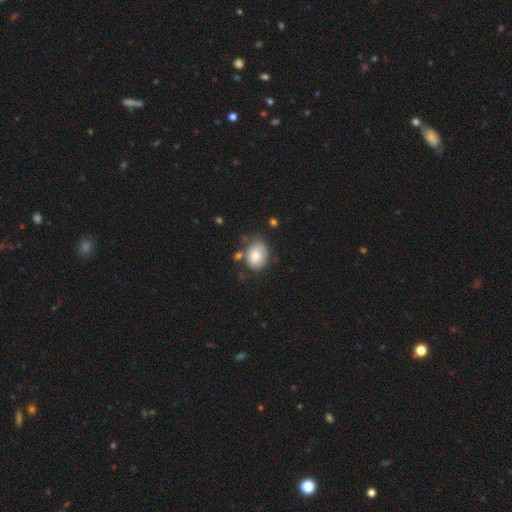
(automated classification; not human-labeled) Smooth or featured: smooth — 79% (featured or disk — 14%)
How rounded: in between — 57% (round — 42%)
Merging: none — 62% (minor disturbance — 24%)